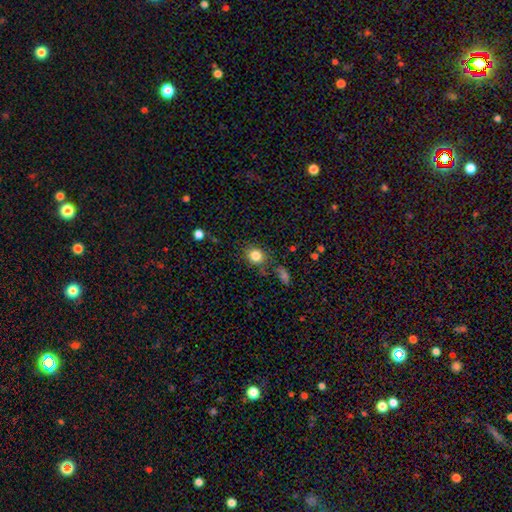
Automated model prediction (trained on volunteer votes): Smooth or featured?
  - smooth: 83% *
  - star or artifact: 10%
  - featured or disk: 7%
How rounded?
  - round: 73% *
  - in between: 26%
  - cigar-shaped: 1%
Merging?
  - none: 78% *
  - minor disturbance: 13%
  - merger: 5%
  - major disturbance: 4%